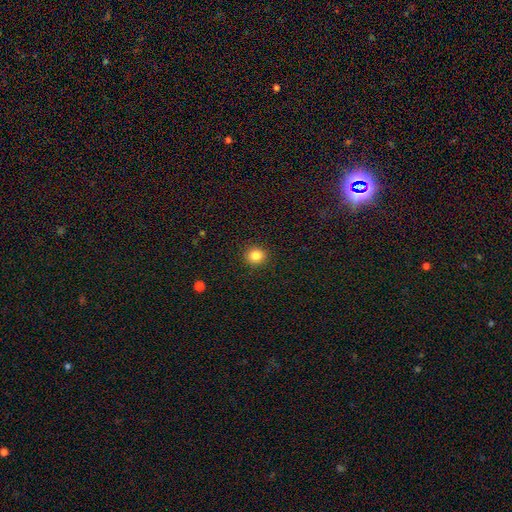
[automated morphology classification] Smooth or featured?
  - smooth: 84% *
  - star or artifact: 11%
  - featured or disk: 5%
How rounded?
  - round: 86% *
  - in between: 14%
  - cigar-shaped: 1%
Merging?
  - none: 91% *
  - minor disturbance: 6%
  - major disturbance: 2%
  - merger: 1%